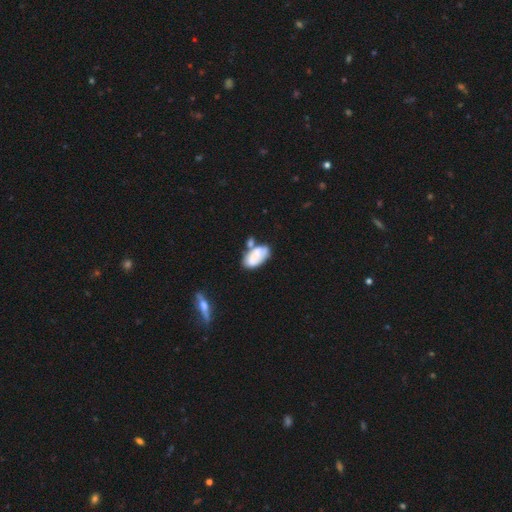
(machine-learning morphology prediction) A smooth galaxy with no disk features (63%) that is in between round and cigar-shaped (94%).

Vote fractions:
- Smooth or featured? smooth: 63% / featured or disk: 29% / star or artifact: 8%
- How rounded? in between: 94% / round: 4% / cigar-shaped: 3%
- Merging? none: 38% / merger: 34% / minor disturbance: 20% / major disturbance: 8%